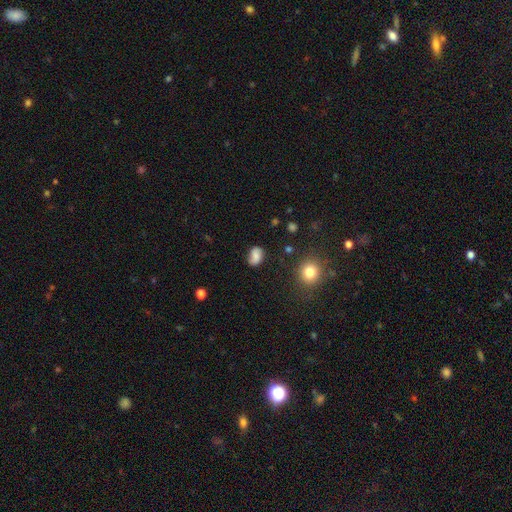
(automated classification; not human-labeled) Smooth or featured?
  - smooth: 70% *
  - featured or disk: 18%
  - star or artifact: 11%
How rounded?
  - in between: 77% *
  - round: 21%
  - cigar-shaped: 2%
Merging?
  - none: 68% *
  - minor disturbance: 22%
  - major disturbance: 7%
  - merger: 3%